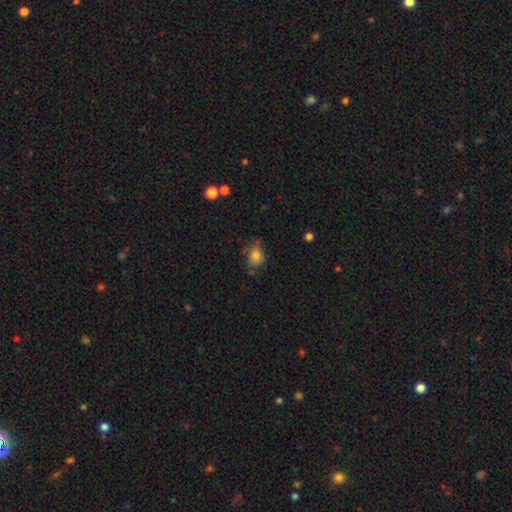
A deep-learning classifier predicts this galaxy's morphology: Smooth or featured? Predicted: smooth (p=0.77). How rounded? Predicted: in between (p=0.55). Merging? Predicted: none (p=0.57).